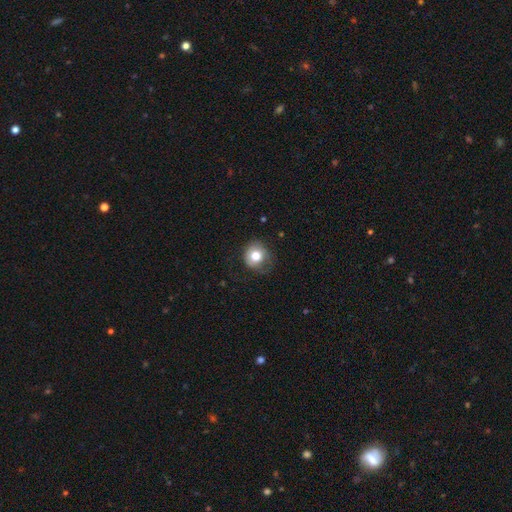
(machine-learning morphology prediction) The model was most divided on "merging": none: 64%, minor disturbance: 24%, major disturbance: 11%, merger: 1%. More confident: how rounded — round (84%); smooth or featured — smooth (76%).